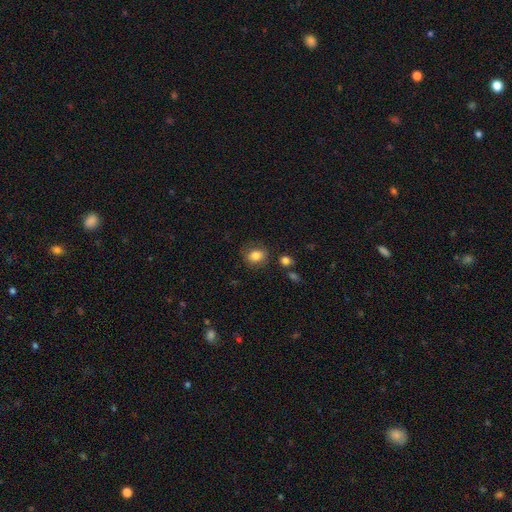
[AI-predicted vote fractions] The model was most divided on "how rounded": round: 55%, in between: 44%, cigar-shaped: 1%. More confident: smooth or featured — smooth (82%); merging — none (76%).